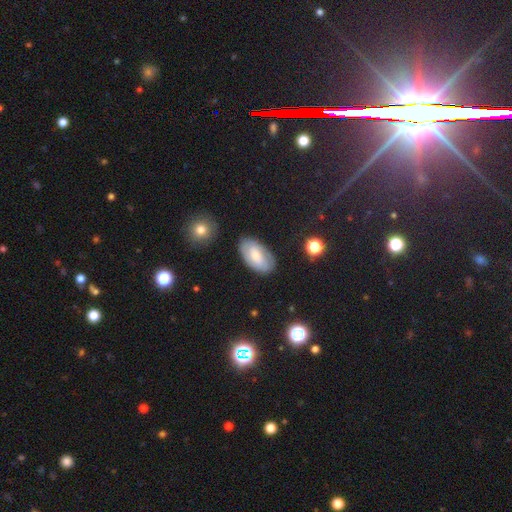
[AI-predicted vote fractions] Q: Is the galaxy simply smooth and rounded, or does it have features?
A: smooth — 53%.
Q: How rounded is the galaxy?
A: in between — 94%.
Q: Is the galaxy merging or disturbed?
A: none — 81%.